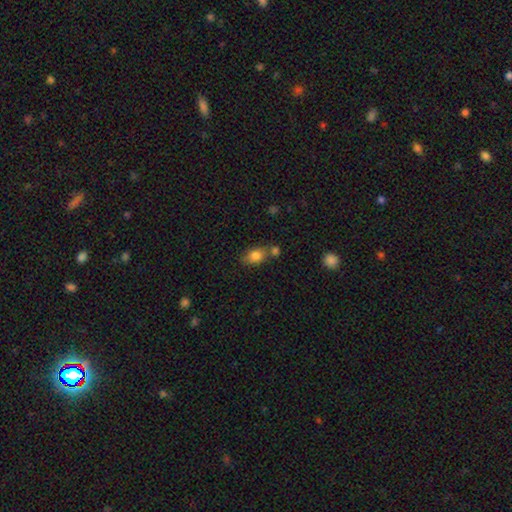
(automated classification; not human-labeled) A smooth galaxy with no disk features (82%) that is in between round and cigar-shaped (74%).

Vote fractions:
- Smooth or featured? smooth: 82% / featured or disk: 9% / star or artifact: 9%
- How rounded? in between: 74% / round: 24% / cigar-shaped: 2%
- Merging? none: 57% / merger: 24% / minor disturbance: 15% / major disturbance: 4%